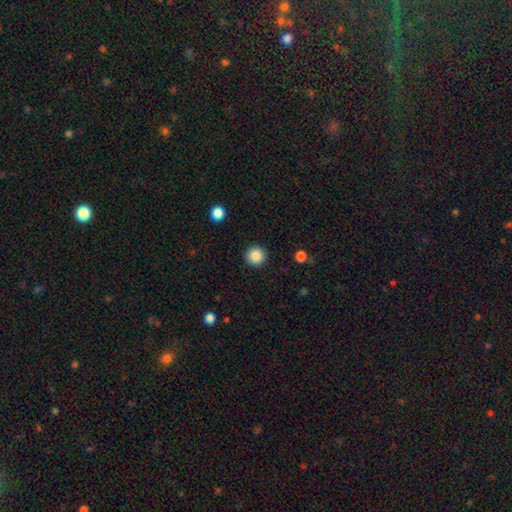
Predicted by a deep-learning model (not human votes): The model was most divided on "smooth or featured": smooth: 87%, star or artifact: 10%, featured or disk: 3%. More confident: how rounded — round (96%); merging — none (92%).